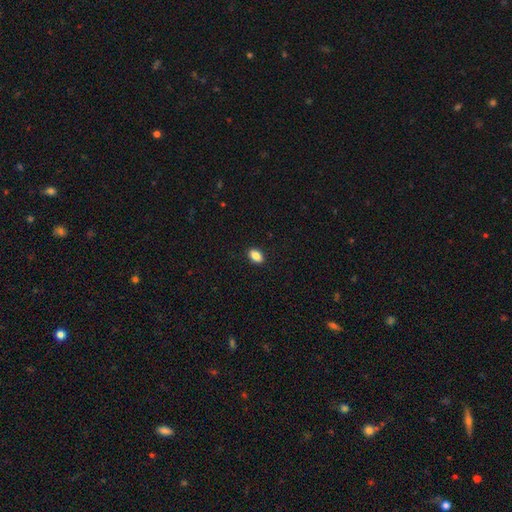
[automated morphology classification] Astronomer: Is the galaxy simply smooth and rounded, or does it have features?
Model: smooth — 87%.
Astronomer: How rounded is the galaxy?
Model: in between — 88%.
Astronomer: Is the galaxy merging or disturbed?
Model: none — 90%.